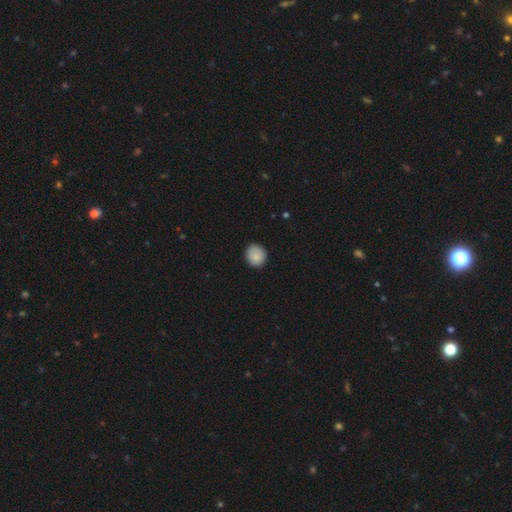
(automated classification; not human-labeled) The model was most divided on "how rounded": round: 84%, in between: 15%, cigar-shaped: 1%. More confident: smooth or featured — smooth (87%); merging — none (86%).